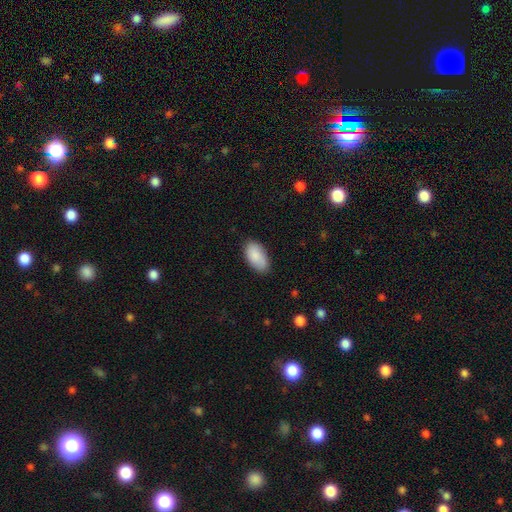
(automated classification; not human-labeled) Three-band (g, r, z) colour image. It shows a smooth galaxy with no disk features (88%) that is in between round and cigar-shaped (95%). Merging: none (80%).